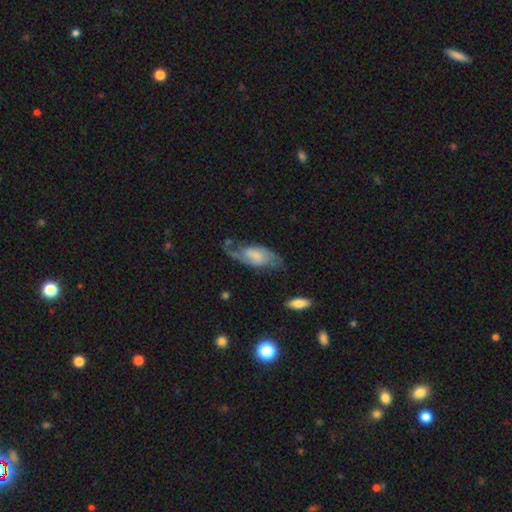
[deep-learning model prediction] smooth_or_featured: featured or disk (p=0.75) [alt: smooth p=0.19]
disk_edge_on: no (p=0.94) [alt: yes p=0.06]
bar: weak (p=0.47) [alt: no p=0.39]
has_spiral_arms: yes (p=0.93) [alt: no p=0.07]
spiral_winding: medium (p=0.44) [alt: loose p=0.41]
spiral_arm_count: 2 (p=0.85) [alt: can't tell p=0.06]
bulge_size: none (p=0.31) [alt: small p=0.26]
merging: none (p=0.57) [alt: minor disturbance p=0.23]